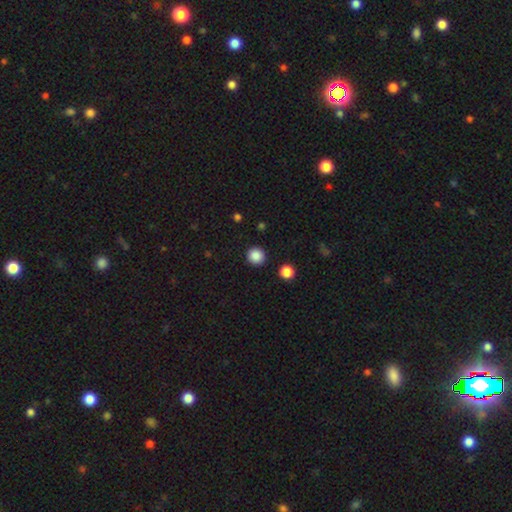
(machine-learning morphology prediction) The model was most divided on "smooth or featured": smooth: 87%, star or artifact: 10%, featured or disk: 3%. More confident: how rounded — round (95%); merging — none (92%).